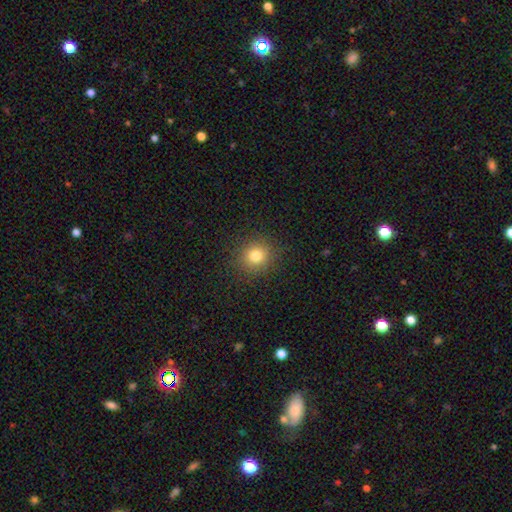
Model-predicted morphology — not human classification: A smooth galaxy with no disk features (80%) that is round (88%).

Vote fractions:
- Smooth or featured? smooth: 80% / star or artifact: 13% / featured or disk: 7%
- How rounded? round: 88% / in between: 11% / cigar-shaped: 1%
- Merging? none: 89% / minor disturbance: 7% / major disturbance: 3% / merger: 1%